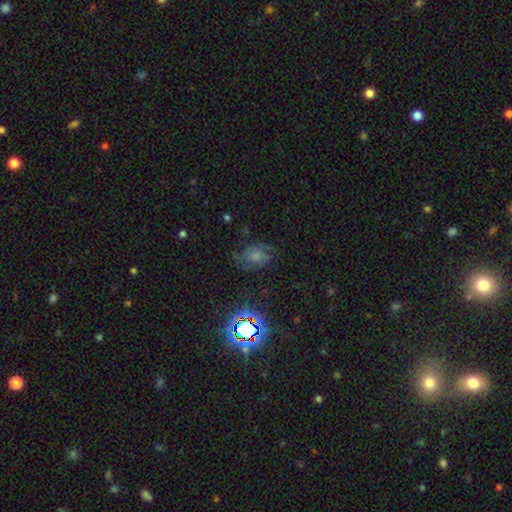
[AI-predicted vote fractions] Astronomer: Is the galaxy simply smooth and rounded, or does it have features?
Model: featured or disk — 46% (runner-up: smooth, 33%).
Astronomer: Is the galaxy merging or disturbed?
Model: none — 64%.